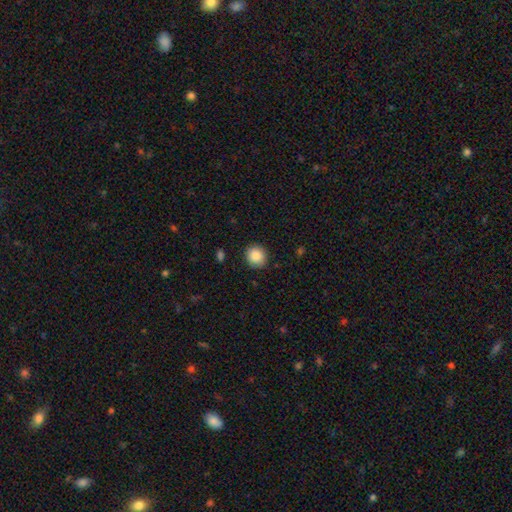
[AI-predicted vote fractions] Smooth or featured? Predicted: smooth (p=0.88). How rounded? Predicted: round (p=0.89). Merging? Predicted: none (p=0.90).